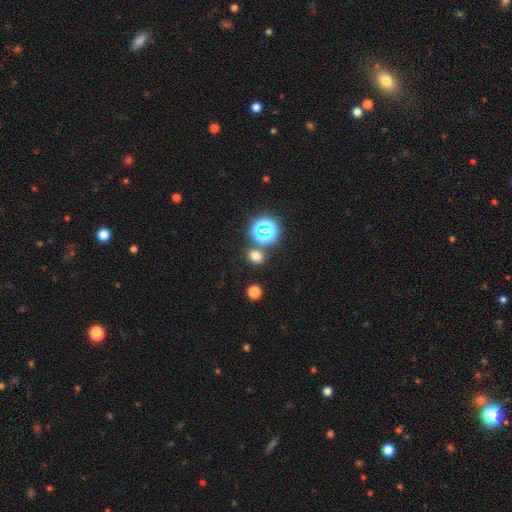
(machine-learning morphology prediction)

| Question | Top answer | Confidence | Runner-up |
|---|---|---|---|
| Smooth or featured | smooth | 68% | star or artifact (26%) |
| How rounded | round | 75% | in between (24%) |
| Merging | none | 80% | merger (9%) |